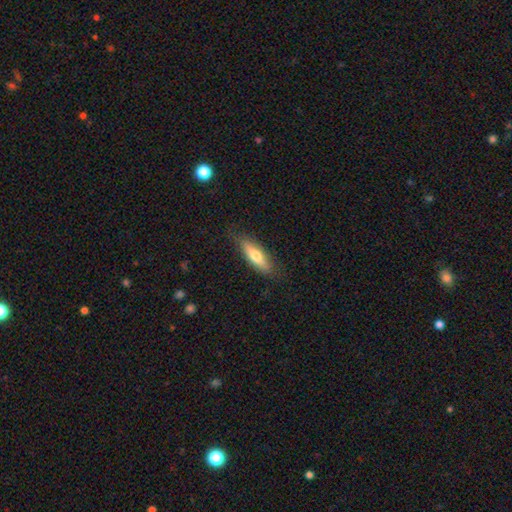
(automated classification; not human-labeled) Smooth or featured? smooth (68%)
How rounded? cigar-shaped (51%)
Merging? none (82%)